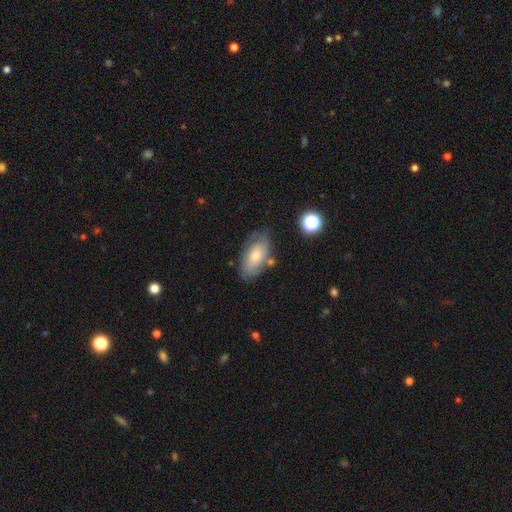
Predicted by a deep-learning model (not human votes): smooth-or-featured: smooth: 56% | featured or disk: 36% | star or artifact: 7%
  how-rounded: in between: 90% | cigar-shaped: 5% | round: 5%
  merging: none: 67% | minor disturbance: 21% | major disturbance: 7% | merger: 5%